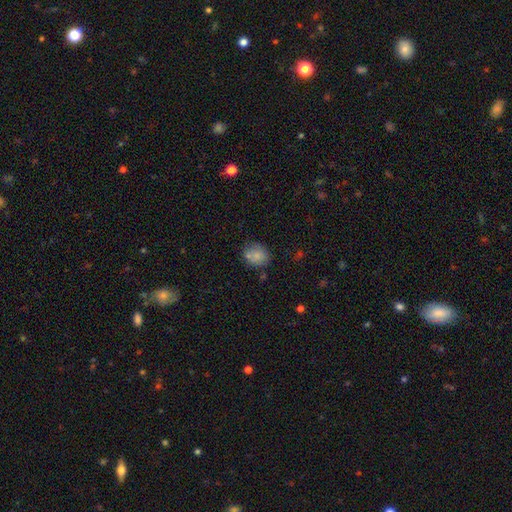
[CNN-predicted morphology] The model was most divided on "how rounded": round: 69%, in between: 30%, cigar-shaped: 1%. More confident: smooth or featured — smooth (78%); merging — none (65%).